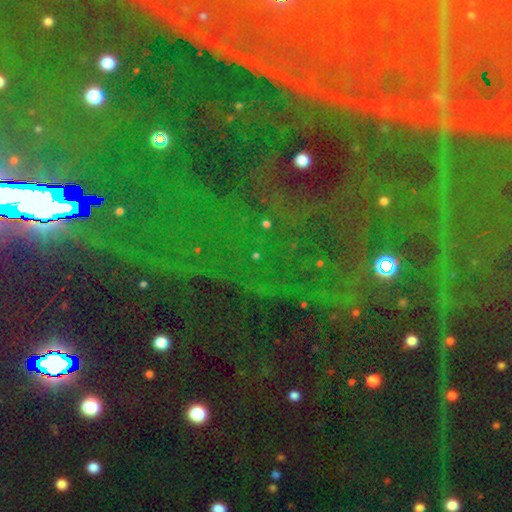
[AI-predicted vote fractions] A star or artifact, not a galaxy (85%).

Vote fractions:
- Smooth or featured? star or artifact: 85% / smooth: 7% / featured or disk: 7%